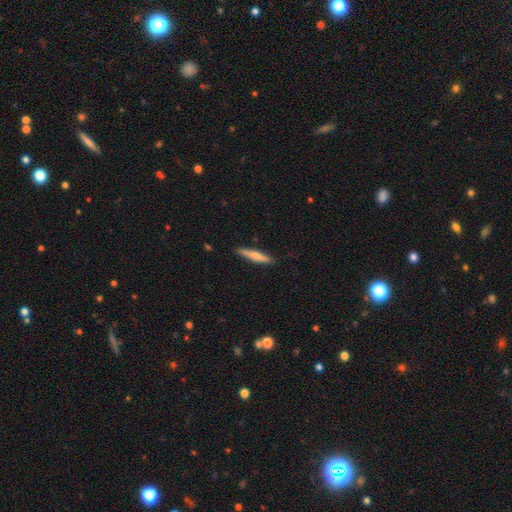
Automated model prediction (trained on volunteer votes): The model was most divided on "smooth or featured": smooth: 63%, featured or disk: 32%, star or artifact: 5%. More confident: how rounded — cigar-shaped (89%); merging — none (88%).